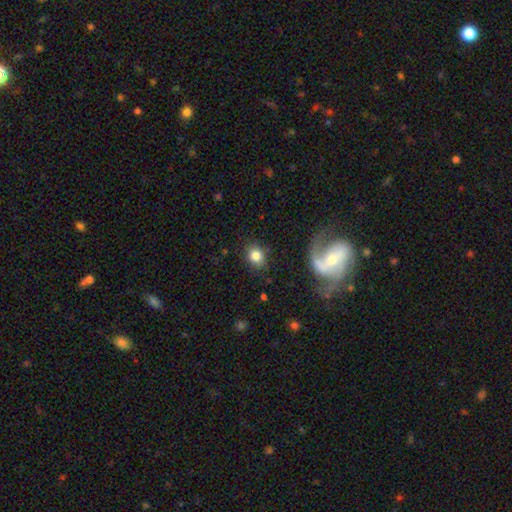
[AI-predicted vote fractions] This is likely a smooth galaxy (80%). How rounded: likely round (61%). Merging: clearly none (83%).